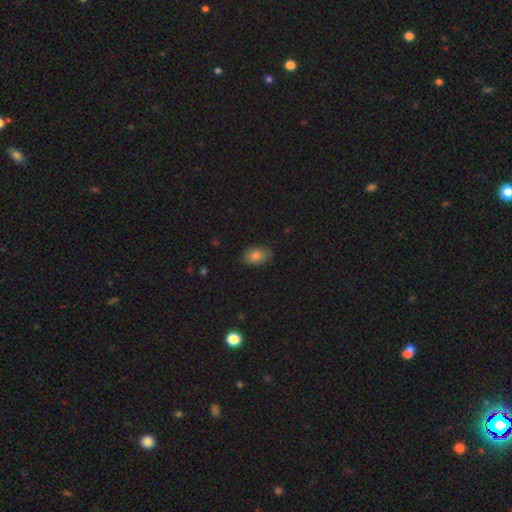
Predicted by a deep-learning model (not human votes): smooth_or_featured: smooth (p=0.82) [alt: star or artifact p=0.09]
how_rounded: in between (p=0.89) [alt: round p=0.09]
merging: none (p=0.83) [alt: minor disturbance p=0.14]